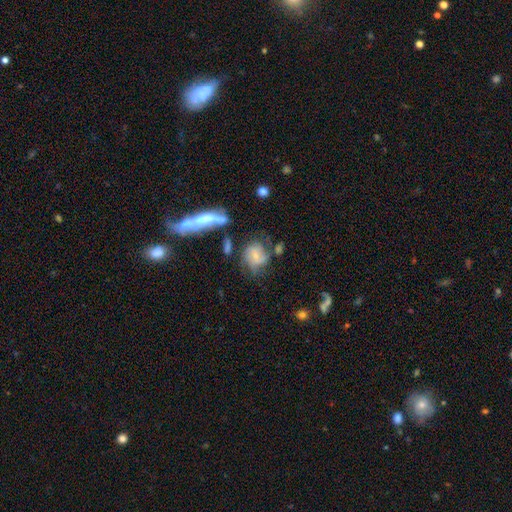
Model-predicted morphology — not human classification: A featured or disk galaxy (51%). Merging: none (46%).